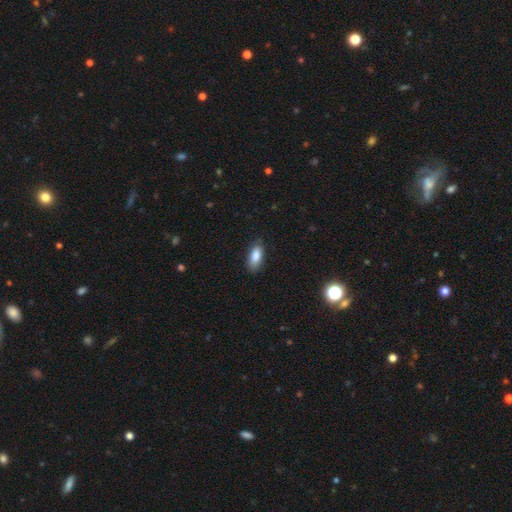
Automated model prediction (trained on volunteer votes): This is clearly a smooth galaxy (85%). How rounded: clearly in between (86%). Merging: clearly none (84%).